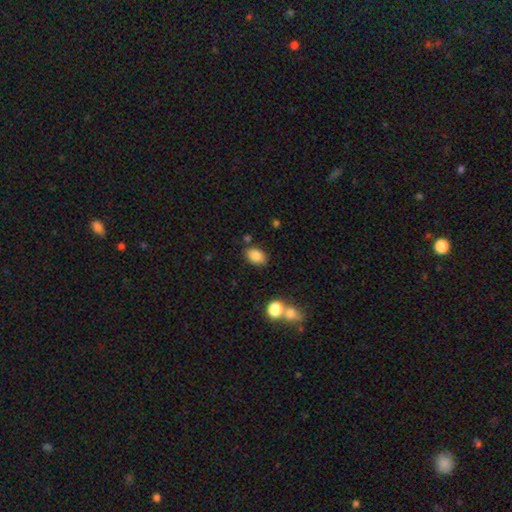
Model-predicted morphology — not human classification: A smooth galaxy with no disk features (84%) that is in between round and cigar-shaped (80%). Merging: none (79%).